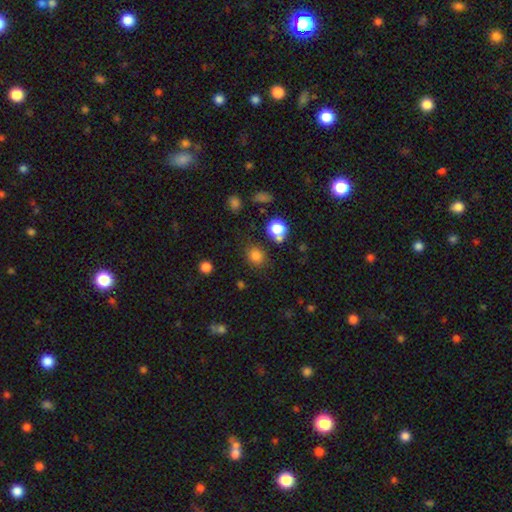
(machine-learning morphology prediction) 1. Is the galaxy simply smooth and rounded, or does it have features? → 80% smooth, 15% star or artifact, 5% featured or disk.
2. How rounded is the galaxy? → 76% round, 23% in between, 1% cigar-shaped.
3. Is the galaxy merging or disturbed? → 80% none, 11% minor disturbance, 6% merger, 4% major disturbance.